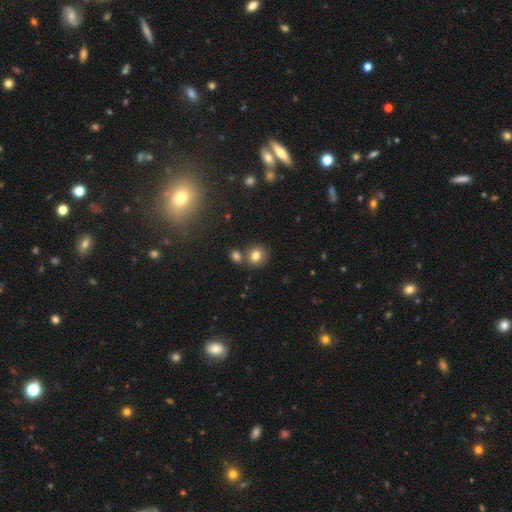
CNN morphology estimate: A smooth galaxy with no disk features (78%) that is round (82%). Merging: none (69%).